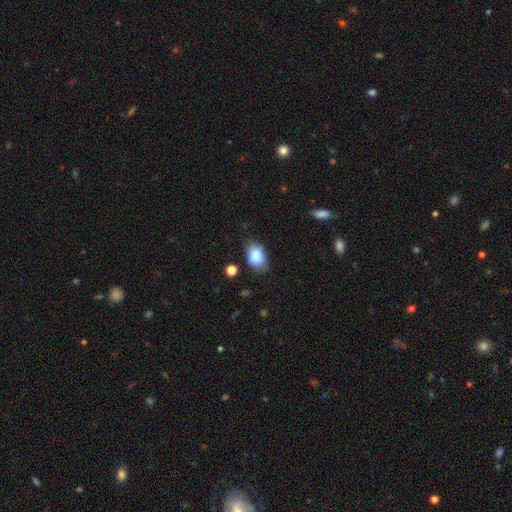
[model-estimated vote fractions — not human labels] A smooth galaxy with no disk features (84%) that is in between round and cigar-shaped (85%). Merging: none (71%).